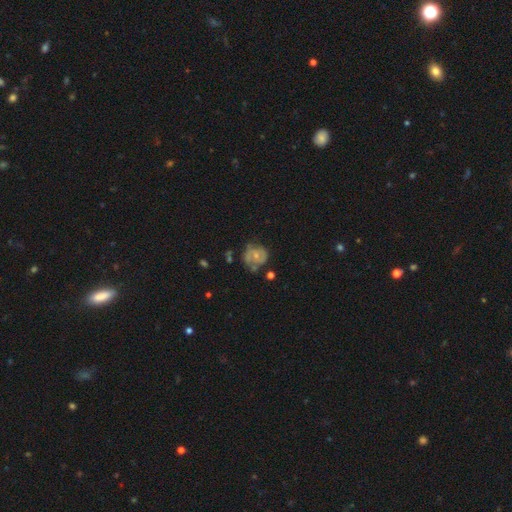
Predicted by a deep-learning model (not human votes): Smooth or featured? featured or disk (57%)
Edge-on disk? no (98%)
Bar? no (76%)
Spiral arms? yes (65%)
Bulge size? small (49%)
Merging? none (51%)